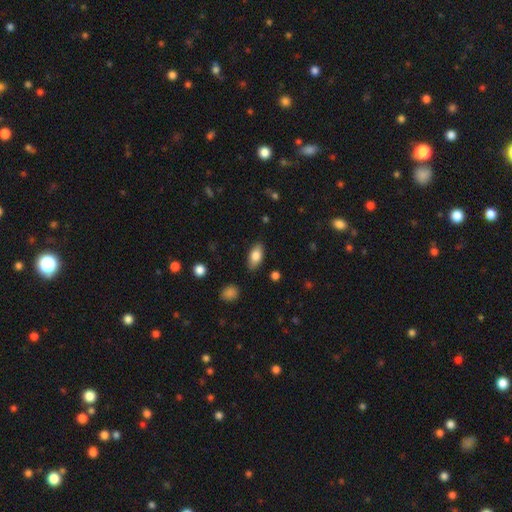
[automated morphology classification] smooth 79%, featured or disk 14%, star or artifact 7%. Down the decision tree: how rounded — in between (90%); merging — none (85%).